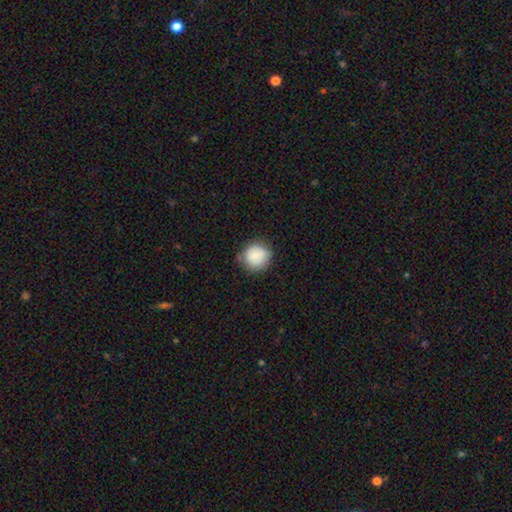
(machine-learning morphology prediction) smooth 82%, featured or disk 10%, star or artifact 8%. Down the decision tree: how rounded — round (92%); merging — none (81%).